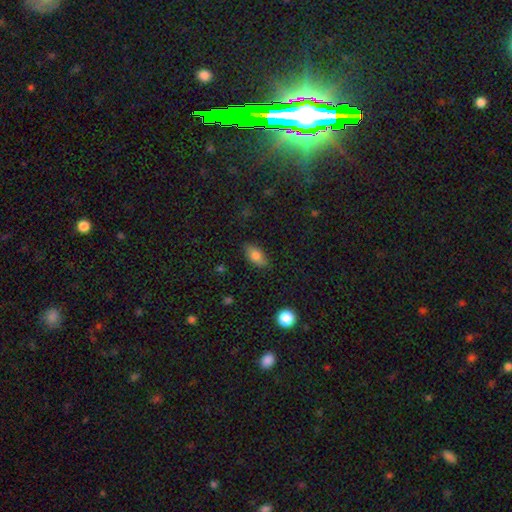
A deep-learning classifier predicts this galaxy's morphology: The model was most divided on "smooth or featured": smooth: 79%, featured or disk: 13%, star or artifact: 8%. More confident: how rounded — in between (88%); merging — none (84%).